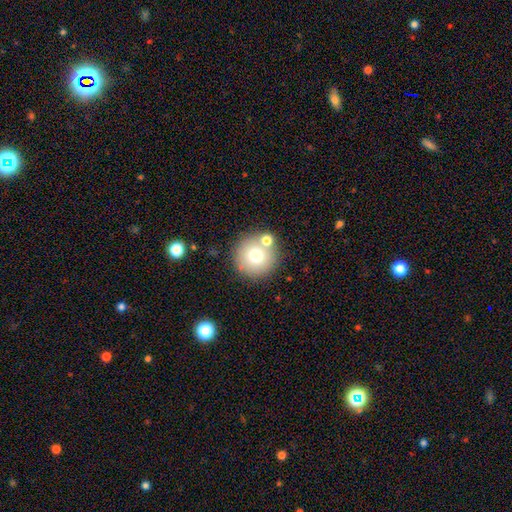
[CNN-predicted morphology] smooth_or_featured: smooth (p=0.72) [alt: featured or disk p=0.16]
how_rounded: round (p=0.95) [alt: in between p=0.04]
merging: none (p=0.75) [alt: merger p=0.13]